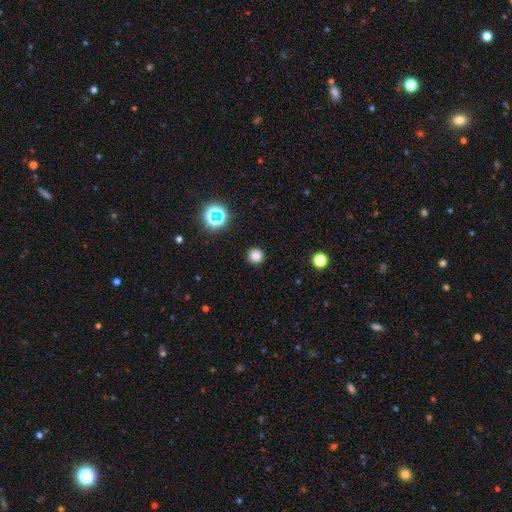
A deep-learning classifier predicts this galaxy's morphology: Q: Smooth or featured?
A: smooth (79%); runner-up: star or artifact (17%)
Q: How rounded?
A: round (95%); runner-up: in between (4%)
Q: Merging?
A: none (92%); runner-up: minor disturbance (5%)